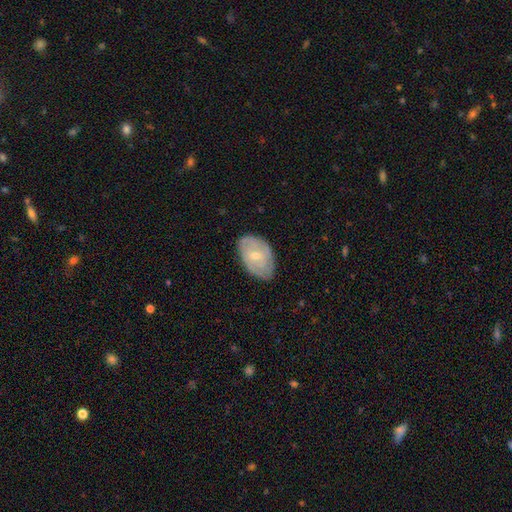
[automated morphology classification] This appears to be a featured or disk galaxy (57%) with no bar (69%), spiral arms (71%) and a small central bulge (58%). Merging: none (74%).